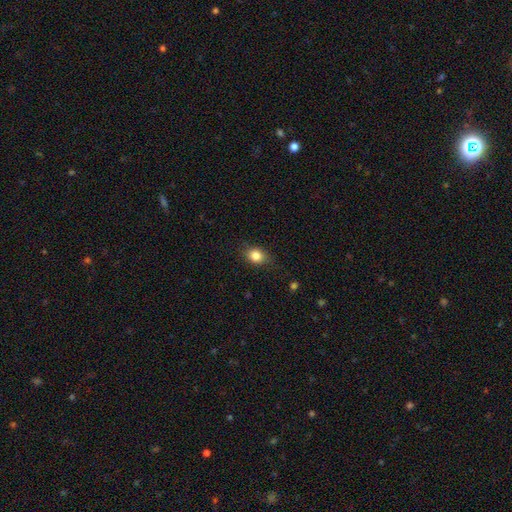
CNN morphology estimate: A smooth galaxy with no disk features (83%) that is in between round and cigar-shaped (55%).

Vote fractions:
- Smooth or featured? smooth: 83% / star or artifact: 10% / featured or disk: 7%
- How rounded? in between: 55% / round: 44% / cigar-shaped: 1%
- Merging? none: 80% / minor disturbance: 16% / major disturbance: 4% / merger: 1%